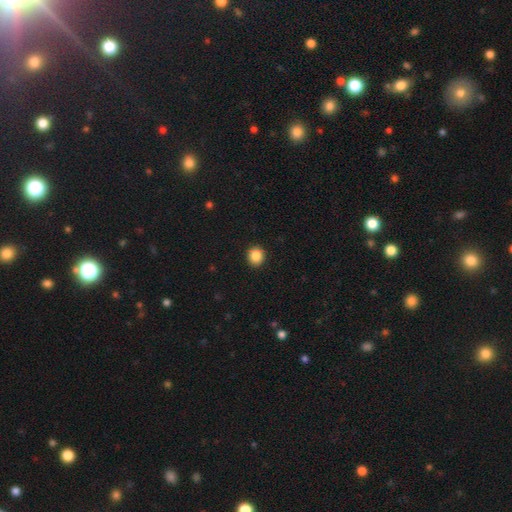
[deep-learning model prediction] This appears to be a smooth galaxy with no disk features (87%) that is round (85%). Merging: none (92%).